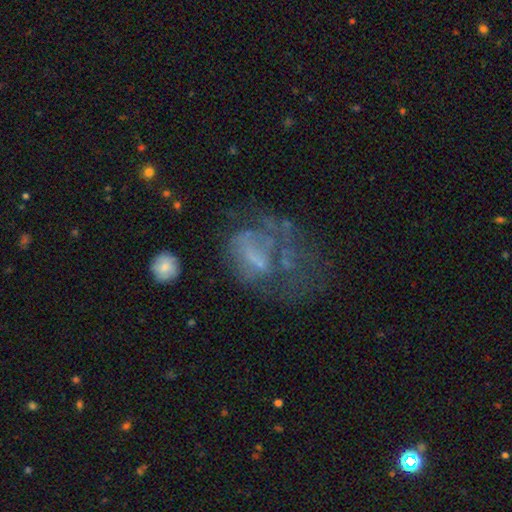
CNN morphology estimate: Smooth or featured: featured or disk — 54% (smooth — 28%)
Edge-on disk: no — 96% (yes — 4%)
Bar: no — 65% (weak — 25%)
Spiral arms: no — 72% (yes — 28%)
Bulge size: none — 57% (small — 23%)
Merging: major disturbance — 49% (none — 27%)